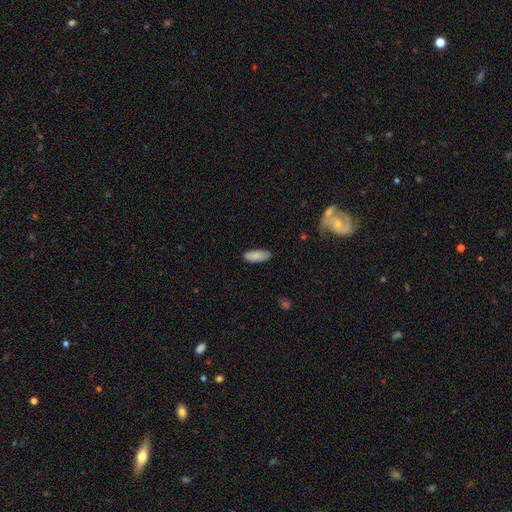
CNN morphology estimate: Q: Smooth or featured?
A: smooth (86%); runner-up: featured or disk (7%)
Q: How rounded?
A: in between (75%); runner-up: cigar-shaped (23%)
Q: Merging?
A: none (85%); runner-up: minor disturbance (11%)